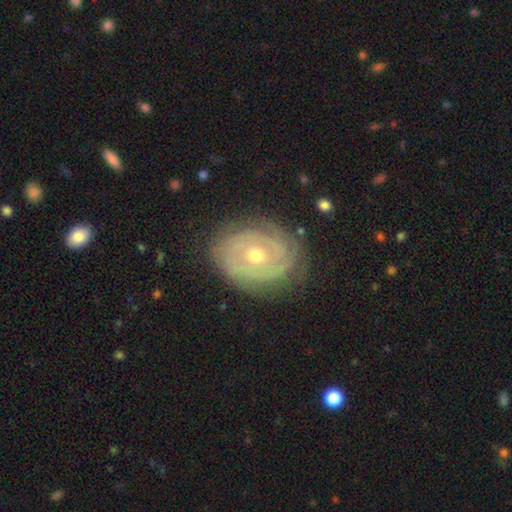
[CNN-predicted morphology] smooth_or_featured: featured or disk (p=0.82) [alt: smooth p=0.13]
disk_edge_on: no (p=0.96) [alt: yes p=0.04]
bar: no (p=0.81) [alt: weak p=0.14]
has_spiral_arms: yes (p=0.84) [alt: no p=0.16]
spiral_winding: tight (p=0.81) [alt: medium p=0.14]
spiral_arm_count: can't tell (p=0.40) [alt: 2 p=0.24]
bulge_size: moderate (p=0.57) [alt: small p=0.39]
merging: none (p=0.76) [alt: minor disturbance p=0.17]